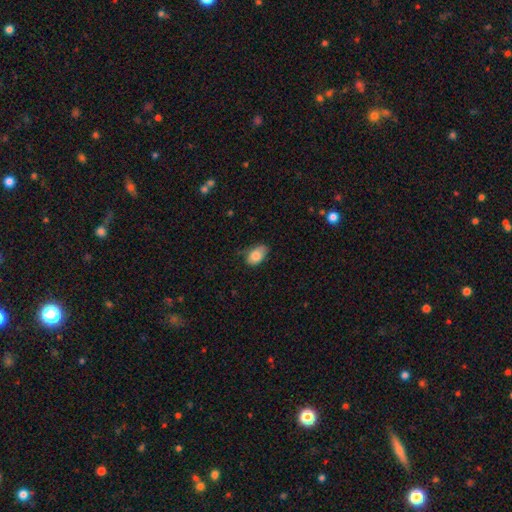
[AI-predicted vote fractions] This appears to be a smooth galaxy with no disk features (81%) that is in between round and cigar-shaped (90%). Merging: none (60%).